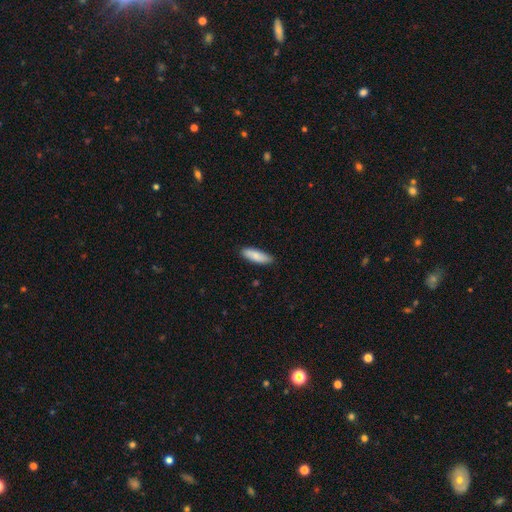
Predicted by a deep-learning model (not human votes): The model was most divided on "how rounded": in between: 54%, cigar-shaped: 45%, round: 2%. More confident: merging — none (87%); smooth or featured — smooth (84%).